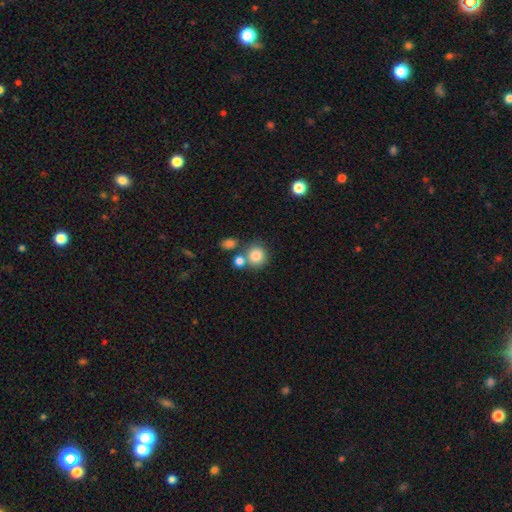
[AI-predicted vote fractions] Smooth or featured? Predicted: smooth (p=0.83). How rounded? Predicted: round (p=0.85). Merging? Predicted: none (p=0.61).